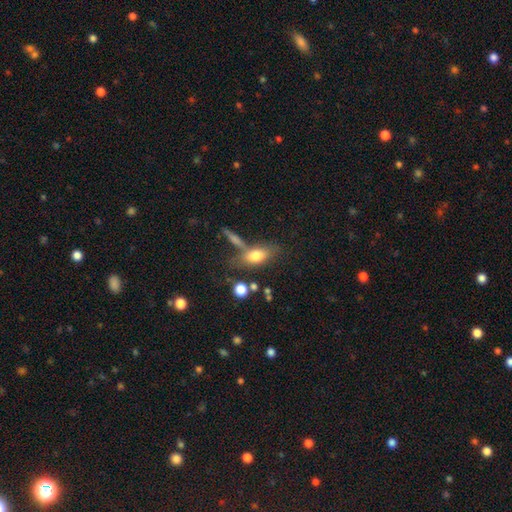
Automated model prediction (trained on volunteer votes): smooth 73%, featured or disk 18%, star or artifact 9%. Down the decision tree: how rounded — in between (78%); merging — none (53%).